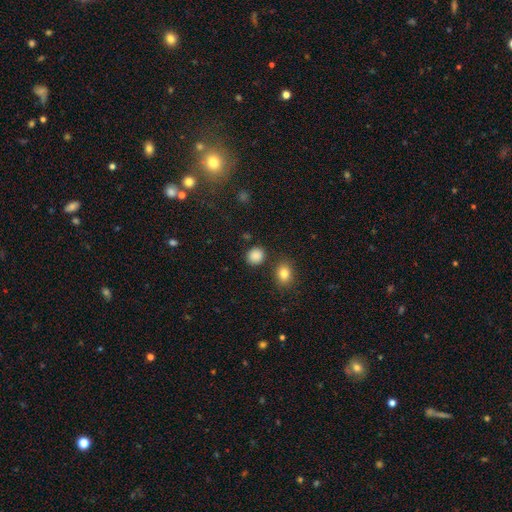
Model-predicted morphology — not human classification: Smooth or featured: smooth — 87% (star or artifact — 9%)
How rounded: round — 77% (in between — 22%)
Merging: none — 84% (minor disturbance — 8%)